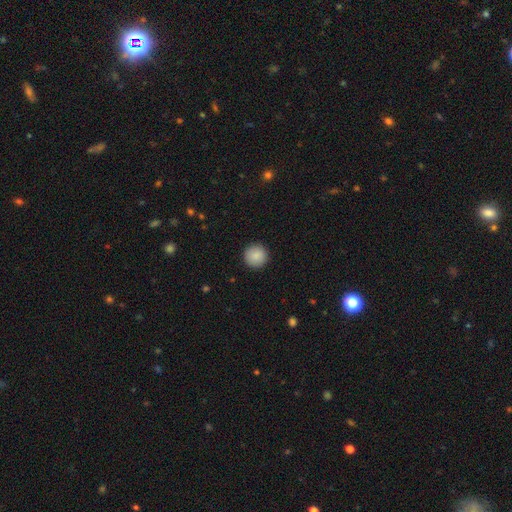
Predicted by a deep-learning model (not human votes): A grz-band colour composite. It shows a smooth galaxy with no disk features (89%) that is round (96%). Merging: none (92%).